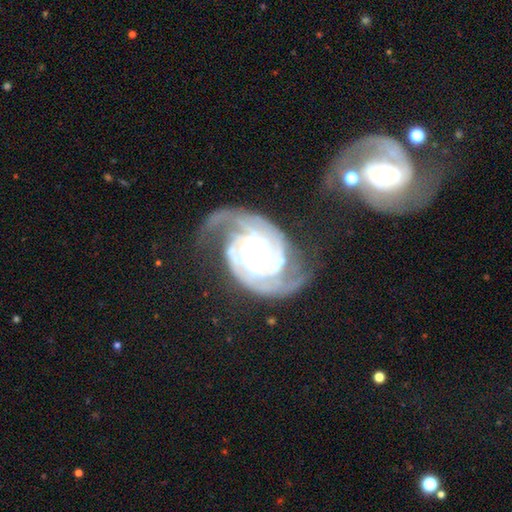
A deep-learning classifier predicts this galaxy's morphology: Smooth or featured: featured or disk — 92% (star or artifact — 4%)
Edge-on disk: no — 98% (yes — 2%)
Bar: no — 70% (weak — 21%)
Spiral arms: yes — 98% (no — 2%)
Spiral winding: tight — 64% (medium — 29%)
Spiral arm count: 2 — 54% (3 — 18%)
Bulge size: moderate — 64% (small — 20%)
Merging: none — 61% (minor disturbance — 21%)